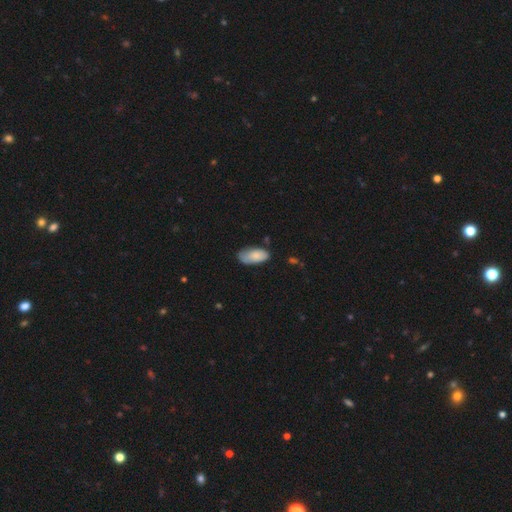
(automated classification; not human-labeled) Smooth or featured? smooth (81%)
How rounded? in between (92%)
Merging? none (60%)